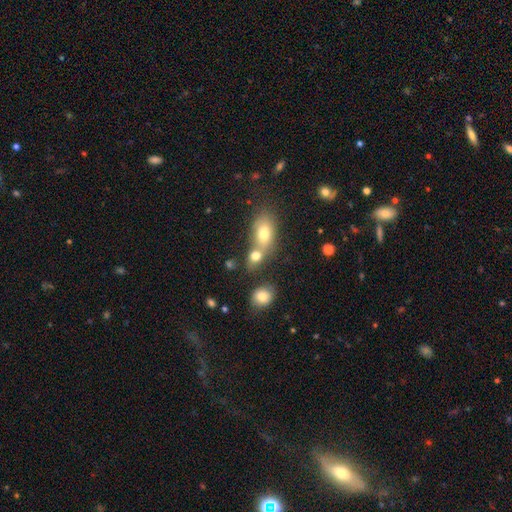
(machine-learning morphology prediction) The model was most divided on "merging": merger: 54%, none: 34%, minor disturbance: 8%, major disturbance: 4%. More confident: smooth or featured — smooth (75%); how rounded — in between (64%).